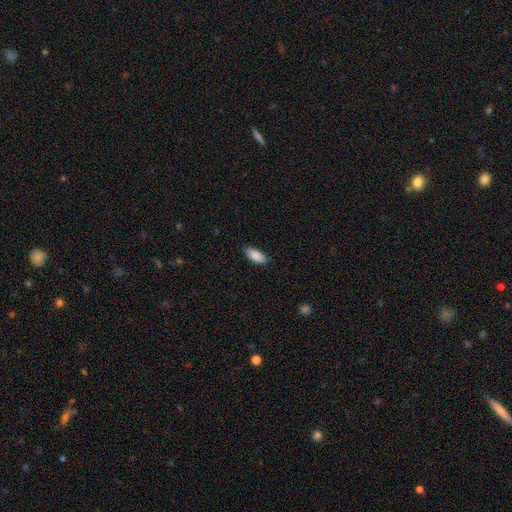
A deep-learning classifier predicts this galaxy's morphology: type=smooth (89%); roundness=in between (85%); merging=none (87%).